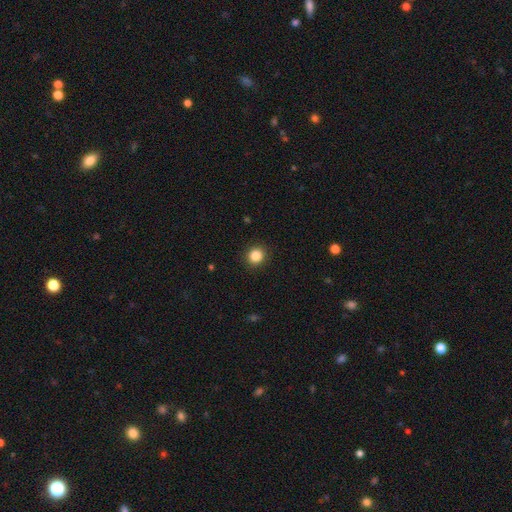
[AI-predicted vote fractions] smooth-or-featured: smooth: 86% | star or artifact: 10% | featured or disk: 4%
  how-rounded: round: 88% | in between: 11% | cigar-shaped: 1%
  merging: none: 91% | minor disturbance: 6% | major disturbance: 2% | merger: 1%